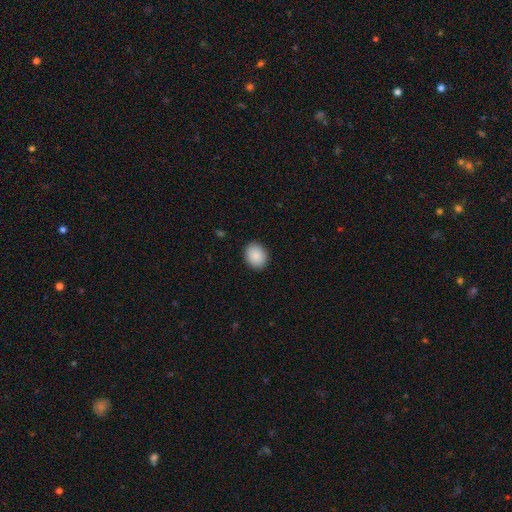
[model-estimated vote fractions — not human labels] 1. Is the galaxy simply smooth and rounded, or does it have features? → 89% smooth, 7% star or artifact, 3% featured or disk.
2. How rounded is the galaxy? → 51% in between, 48% round, 1% cigar-shaped.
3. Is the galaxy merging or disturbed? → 90% none, 7% minor disturbance, 2% major disturbance, 1% merger.